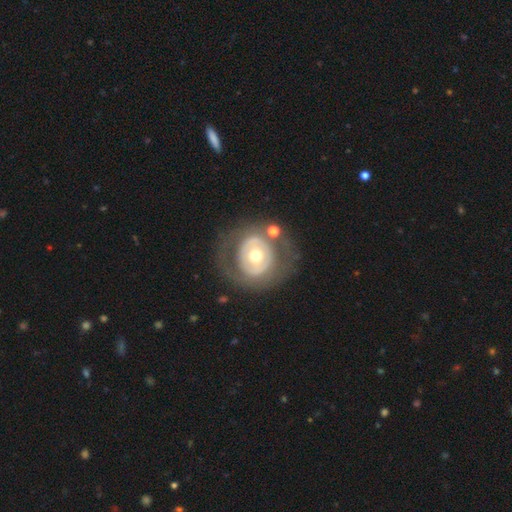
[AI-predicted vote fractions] smooth_or_featured: featured or disk (p=0.59) [alt: smooth p=0.35]
disk_edge_on: no (p=0.96) [alt: yes p=0.04]
bar: no (p=0.79) [alt: weak p=0.14]
has_spiral_arms: no (p=0.83) [alt: yes p=0.17]
bulge_size: moderate (p=0.73) [alt: small p=0.14]
merging: none (p=0.70) [alt: minor disturbance p=0.14]